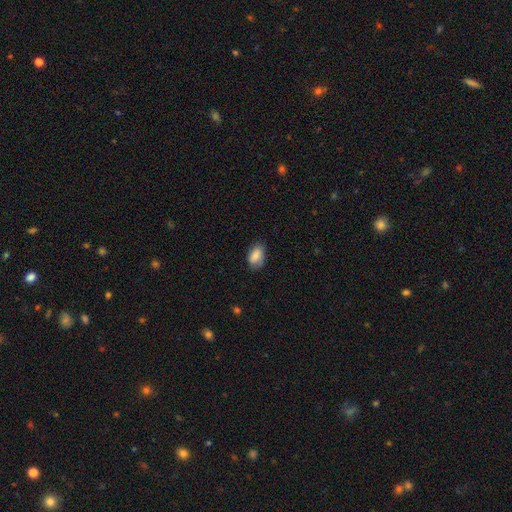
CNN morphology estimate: Smooth or featured: smooth — 82% (featured or disk — 10%)
How rounded: in between — 89% (round — 9%)
Merging: none — 68% (minor disturbance — 25%)